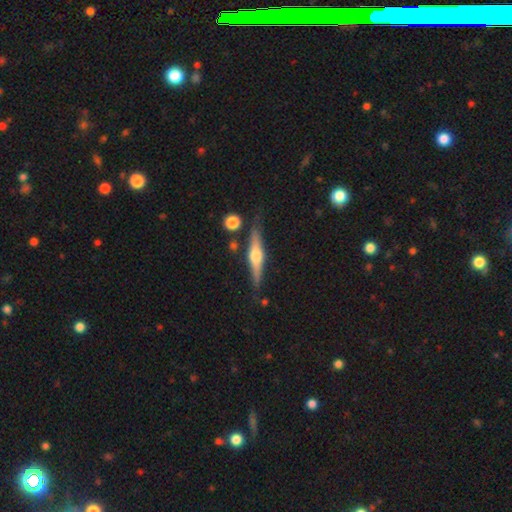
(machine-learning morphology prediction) Smooth or featured? Predicted: featured or disk (p=0.70). Edge-on disk? Predicted: yes (p=0.97). Edge-on bulge? Predicted: rounded (p=0.93). Merging? Predicted: none (p=0.81).